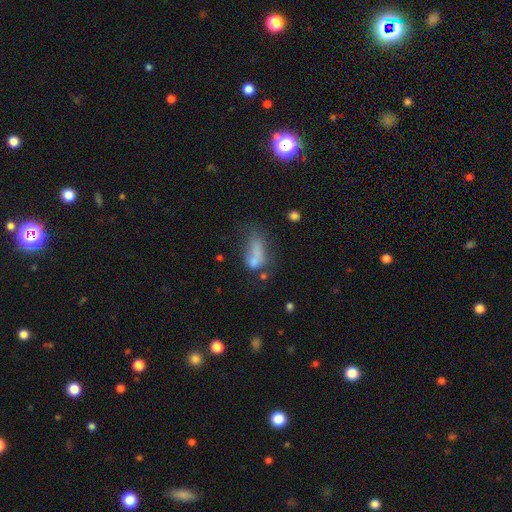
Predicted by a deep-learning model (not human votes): smooth_or_featured: smooth (p=0.61) [alt: featured or disk p=0.26]
how_rounded: in between (p=0.82) [alt: cigar-shaped p=0.11]
merging: major disturbance (p=0.37) [alt: none p=0.22]